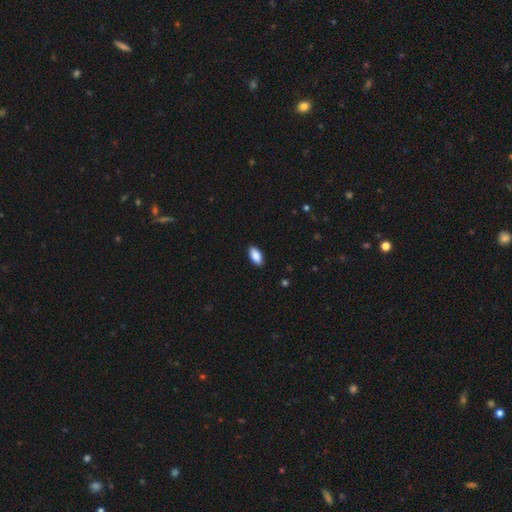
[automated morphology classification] A smooth galaxy with no disk features (90%) that is in between round and cigar-shaped (93%). Merging: none (90%).